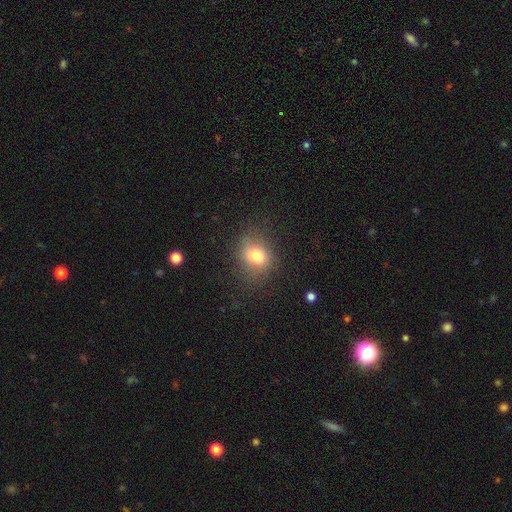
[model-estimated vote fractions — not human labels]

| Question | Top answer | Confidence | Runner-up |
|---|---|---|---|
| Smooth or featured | smooth | 75% | star or artifact (13%) |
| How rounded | round | 55% | in between (43%) |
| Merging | none | 73% | minor disturbance (17%) |